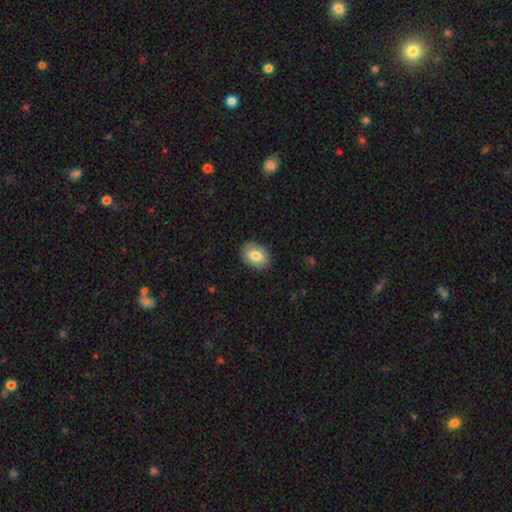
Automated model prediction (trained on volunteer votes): smooth_or_featured: smooth (p=0.79) [alt: featured or disk p=0.14]
how_rounded: in between (p=0.82) [alt: round p=0.17]
merging: none (p=0.87) [alt: minor disturbance p=0.10]